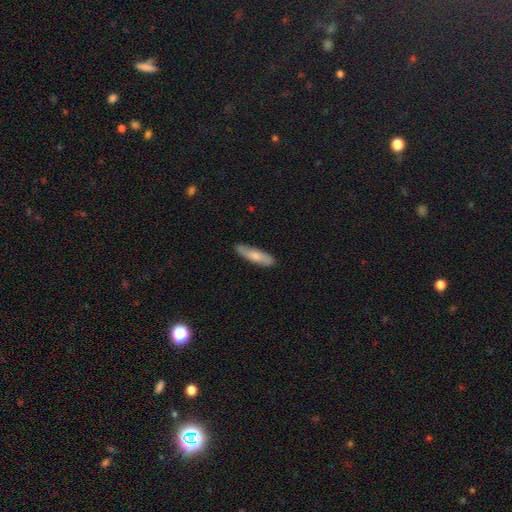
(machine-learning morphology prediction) Q: Smooth or featured?
A: smooth (70%); runner-up: featured or disk (25%)
Q: How rounded?
A: cigar-shaped (74%); runner-up: in between (24%)
Q: Merging?
A: none (86%); runner-up: minor disturbance (11%)